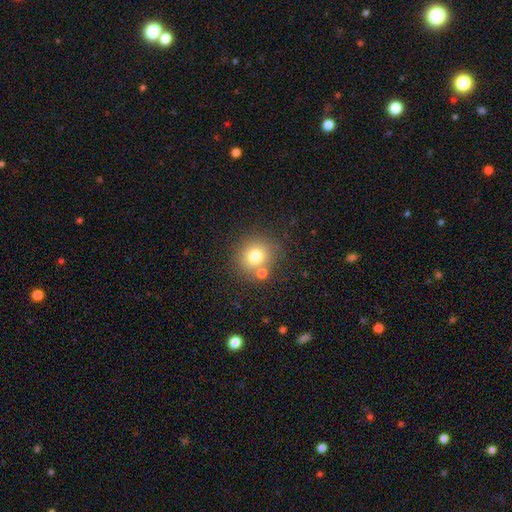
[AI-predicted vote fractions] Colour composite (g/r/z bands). It shows a smooth galaxy with no disk features (74%) that is round (90%). Merging: none (76%).